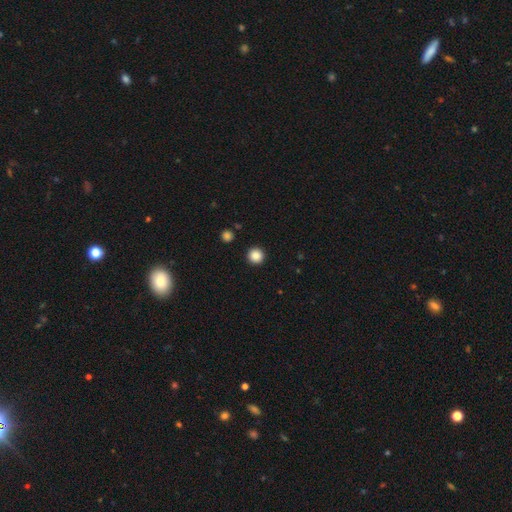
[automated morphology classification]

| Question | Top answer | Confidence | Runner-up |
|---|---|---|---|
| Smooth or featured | smooth | 87% | star or artifact (10%) |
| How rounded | round | 96% | in between (3%) |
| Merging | none | 93% | minor disturbance (4%) |